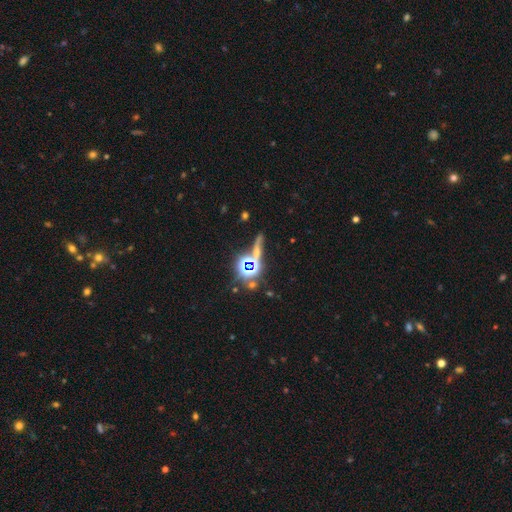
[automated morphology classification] Smooth or featured?
  - star or artifact: 60% *
  - smooth: 22%
  - featured or disk: 18%